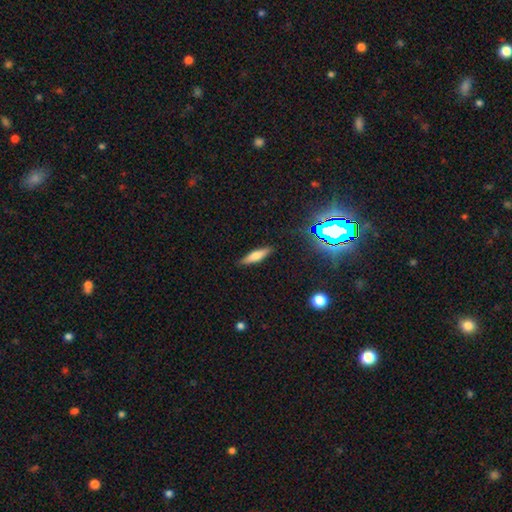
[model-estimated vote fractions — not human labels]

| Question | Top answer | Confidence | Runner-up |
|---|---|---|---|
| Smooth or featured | smooth | 54% | featured or disk (35%) |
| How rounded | cigar-shaped | 73% | in between (25%) |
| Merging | none | 88% | minor disturbance (9%) |